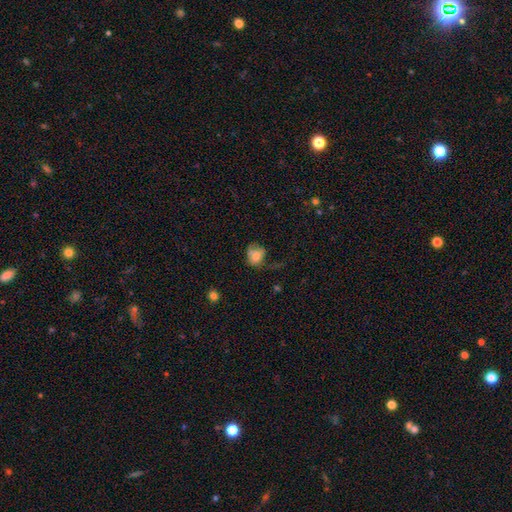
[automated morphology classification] Q: Smooth or featured?
A: smooth (72%); runner-up: featured or disk (18%)
Q: How rounded?
A: round (54%); runner-up: in between (45%)
Q: Merging?
A: none (38%); runner-up: minor disturbance (29%)